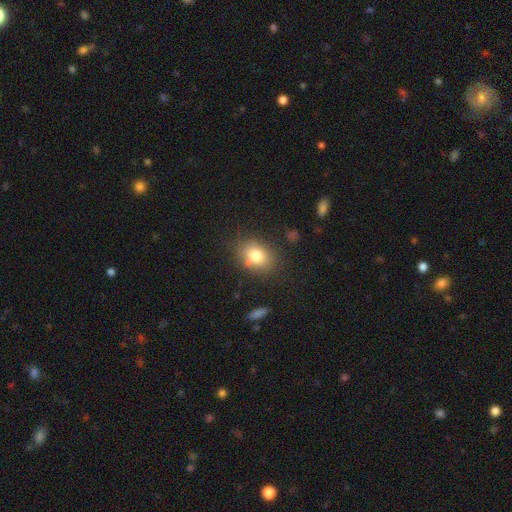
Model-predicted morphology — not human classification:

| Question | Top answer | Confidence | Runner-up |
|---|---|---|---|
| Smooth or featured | smooth | 79% | featured or disk (11%) |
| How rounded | in between | 59% | round (39%) |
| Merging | none | 79% | minor disturbance (14%) |